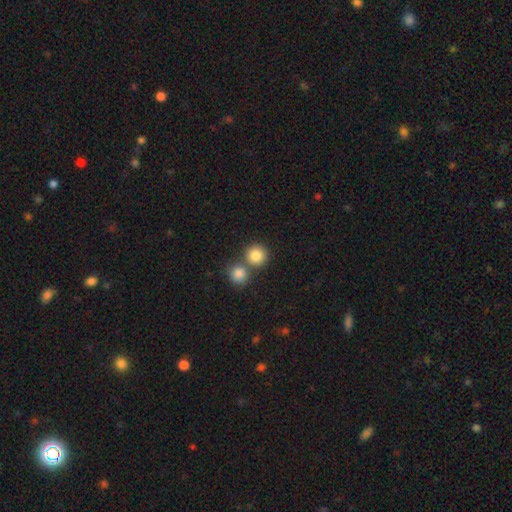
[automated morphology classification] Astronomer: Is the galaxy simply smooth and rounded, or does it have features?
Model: smooth — 84%.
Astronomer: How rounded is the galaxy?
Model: round — 90%.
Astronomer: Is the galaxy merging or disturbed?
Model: none — 59%.